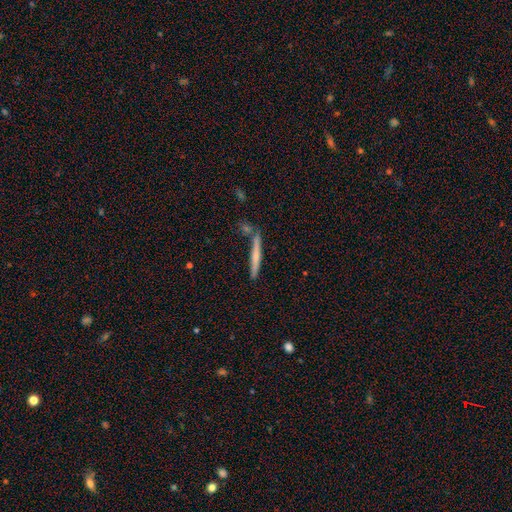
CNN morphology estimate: A smooth galaxy with no disk features (51%) that is cigar-shaped (96%).

Vote fractions:
- Smooth or featured? smooth: 51% / featured or disk: 43% / star or artifact: 6%
- How rounded? cigar-shaped: 96% / in between: 3% / round: 1%
- Merging? none: 81% / minor disturbance: 10% / merger: 6% / major disturbance: 2%